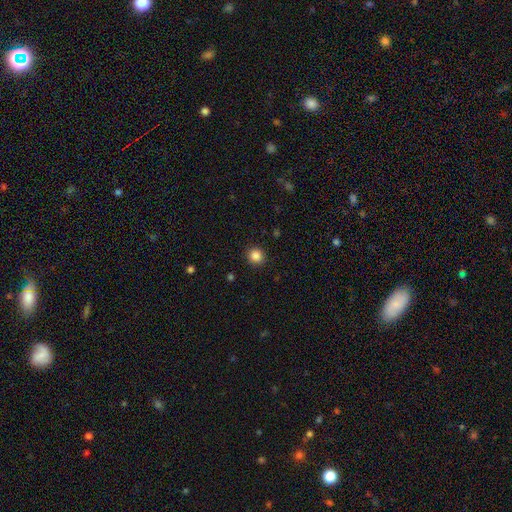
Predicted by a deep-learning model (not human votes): Smooth or featured? Predicted: smooth (p=0.86). How rounded? Predicted: round (p=0.91). Merging? Predicted: none (p=0.91).